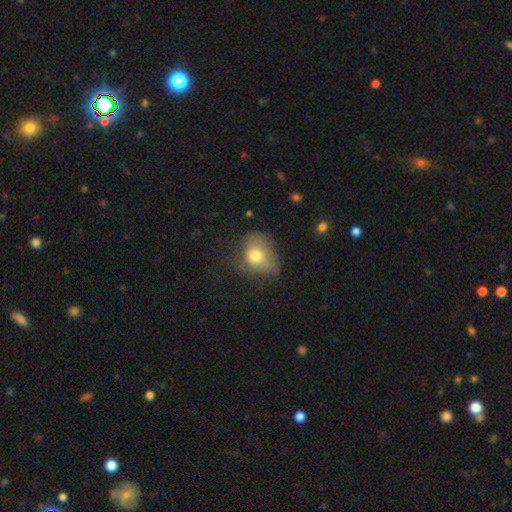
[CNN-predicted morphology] A smooth galaxy with no disk features (71%) that is round (51%).

Vote fractions:
- Smooth or featured? smooth: 71% / featured or disk: 17% / star or artifact: 11%
- How rounded? round: 51% / in between: 48% / cigar-shaped: 1%
- Merging? none: 37% / minor disturbance: 34% / major disturbance: 26% / merger: 3%